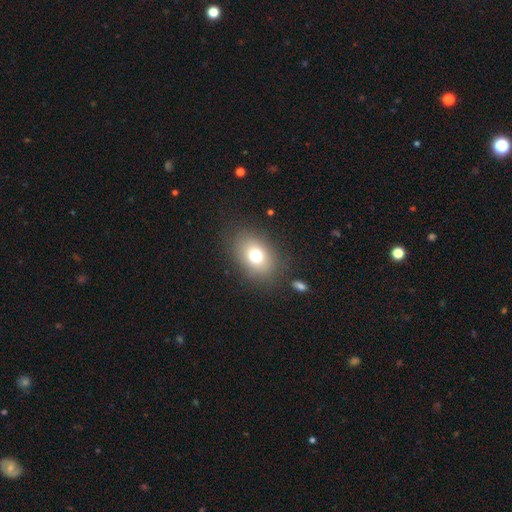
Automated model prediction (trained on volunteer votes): A smooth galaxy with no disk features (73%) that is in between round and cigar-shaped (71%).

Vote fractions:
- Smooth or featured? smooth: 73% / featured or disk: 15% / star or artifact: 12%
- How rounded? in between: 71% / round: 28% / cigar-shaped: 1%
- Merging? none: 82% / minor disturbance: 11% / major disturbance: 5% / merger: 2%